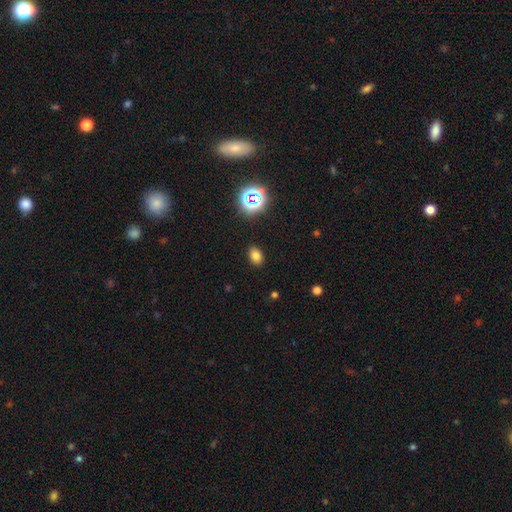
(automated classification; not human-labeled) This appears to be a smooth galaxy with no disk features (75%) that is in between round and cigar-shaped (79%). Merging: none (88%).